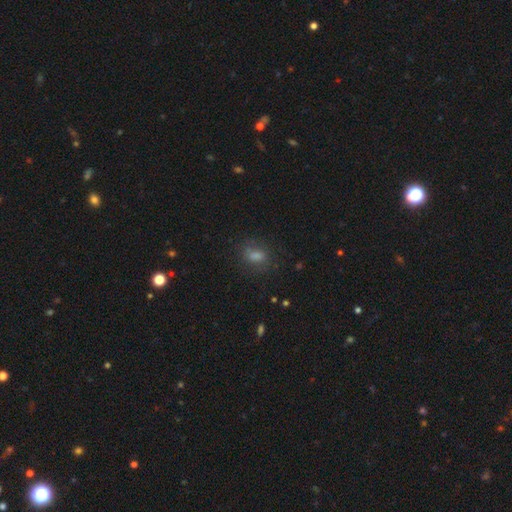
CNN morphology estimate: A smooth galaxy with no disk features (65%) that is in between round and cigar-shaped (65%).

Vote fractions:
- Smooth or featured? smooth: 65% / star or artifact: 21% / featured or disk: 13%
- How rounded? in between: 65% / round: 30% / cigar-shaped: 4%
- Merging? none: 76% / minor disturbance: 15% / major disturbance: 7% / merger: 2%